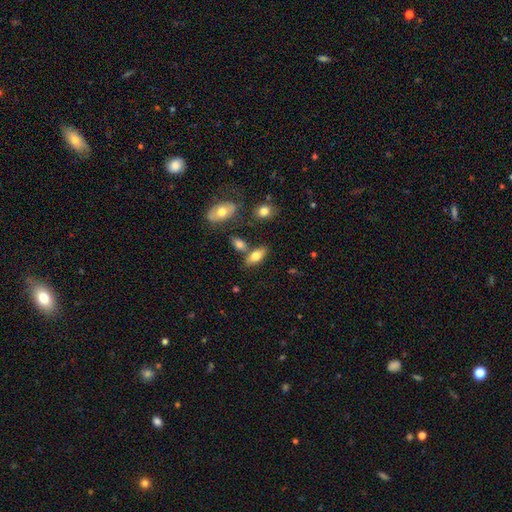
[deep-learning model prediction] smooth-or-featured: smooth: 74% | featured or disk: 18% | star or artifact: 8%
  how-rounded: in between: 86% | cigar-shaped: 11% | round: 3%
  merging: none: 71% | merger: 13% | minor disturbance: 13% | major disturbance: 4%